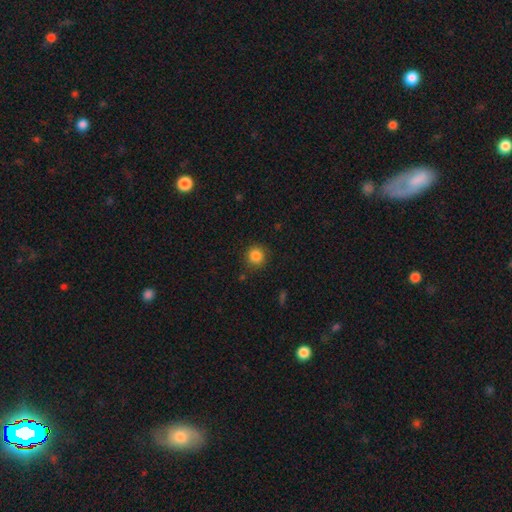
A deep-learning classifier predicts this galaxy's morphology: Smooth or featured?
  - smooth: 85% *
  - star or artifact: 11%
  - featured or disk: 4%
How rounded?
  - round: 93% *
  - in between: 6%
  - cigar-shaped: 1%
Merging?
  - none: 88% *
  - minor disturbance: 8%
  - major disturbance: 3%
  - merger: 1%